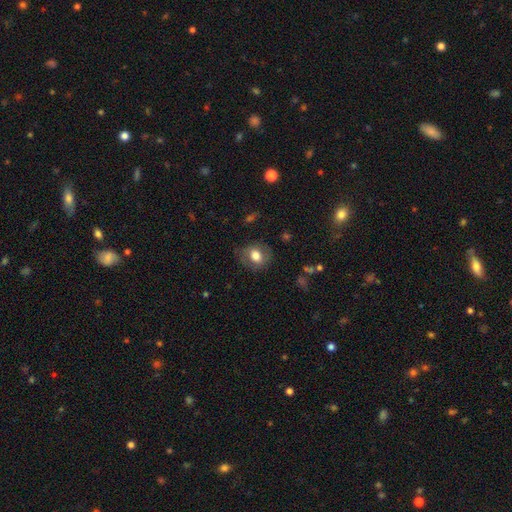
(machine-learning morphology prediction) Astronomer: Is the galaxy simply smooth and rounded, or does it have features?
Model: smooth — 68%.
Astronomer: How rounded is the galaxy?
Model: round — 57% (runner-up: in between, 42%).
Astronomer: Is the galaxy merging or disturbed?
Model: none — 74%.